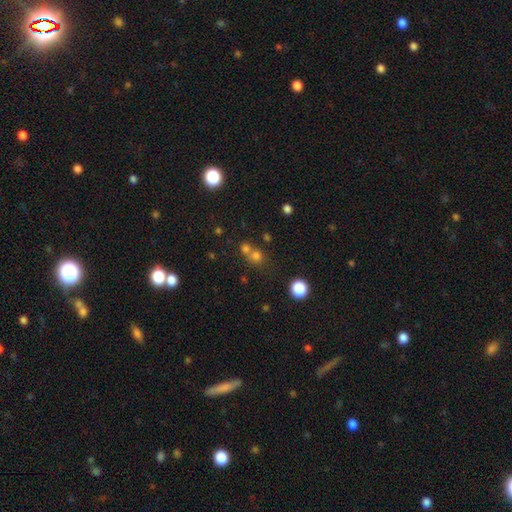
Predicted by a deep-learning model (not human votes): Q: Smooth or featured?
A: smooth (70%); runner-up: star or artifact (20%)
Q: How rounded?
A: round (83%); runner-up: in between (15%)
Q: Merging?
A: merger (47%); runner-up: none (43%)